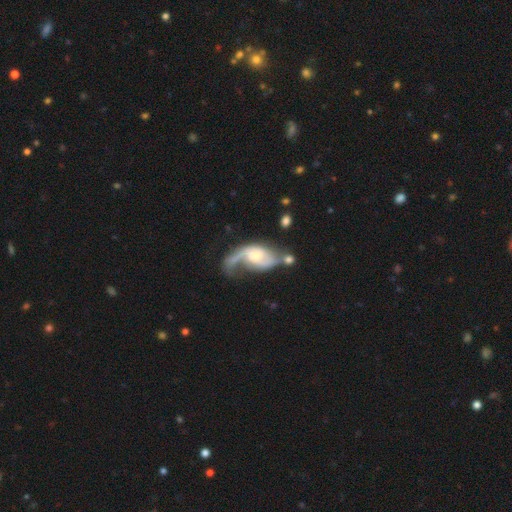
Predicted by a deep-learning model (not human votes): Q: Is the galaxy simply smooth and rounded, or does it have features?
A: featured or disk — 74%.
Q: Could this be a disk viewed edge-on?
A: no — 94%.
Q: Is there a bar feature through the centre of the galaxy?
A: no — 58%.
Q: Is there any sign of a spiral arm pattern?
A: yes — 86%.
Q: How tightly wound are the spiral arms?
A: loose — 58%.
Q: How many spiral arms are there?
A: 2 — 62%.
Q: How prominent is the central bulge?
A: moderate — 44%.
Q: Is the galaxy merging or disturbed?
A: major disturbance — 35%.